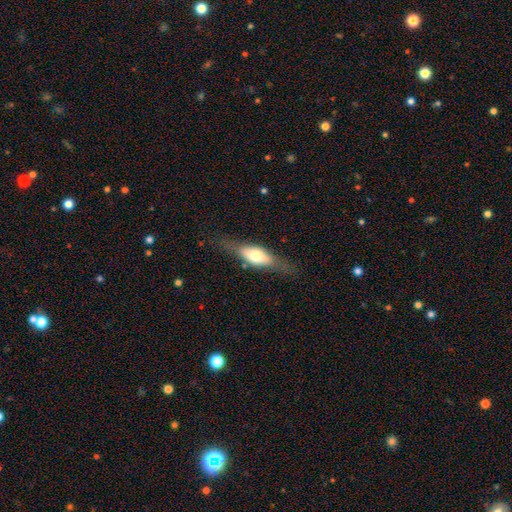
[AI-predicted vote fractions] Morphology: type=smooth (51%); roundness=in between (61%); merging=none (74%).